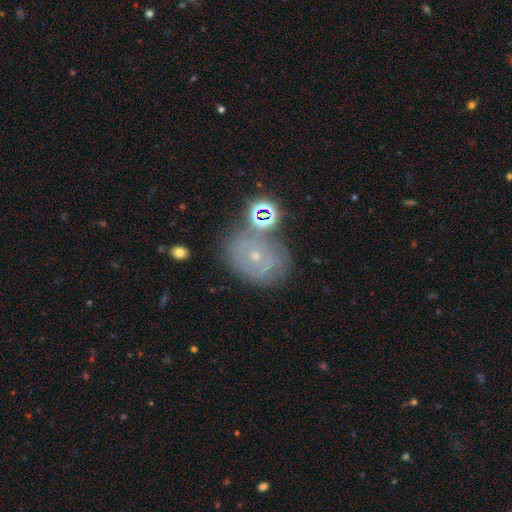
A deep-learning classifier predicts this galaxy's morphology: Smooth or featured?
  - featured or disk: 59% *
  - star or artifact: 22%
  - smooth: 19%
Edge-on disk?
  - no: 96% *
  - yes: 4%
Bar?
  - no: 77% *
  - weak: 18%
  - strong: 5%
Spiral arms?
  - yes: 78% *
  - no: 22%
Bulge size?
  - small: 77% *
  - moderate: 19%
  - none: 1%
  - large: 1%
  - dominant: 1%
Merging?
  - none: 67% *
  - minor disturbance: 16%
  - merger: 10%
  - major disturbance: 6%